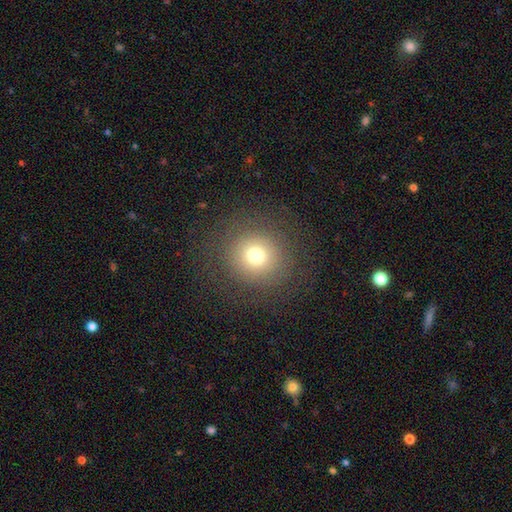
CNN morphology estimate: Smooth or featured? smooth (70%)
How rounded? round (93%)
Merging? none (85%)